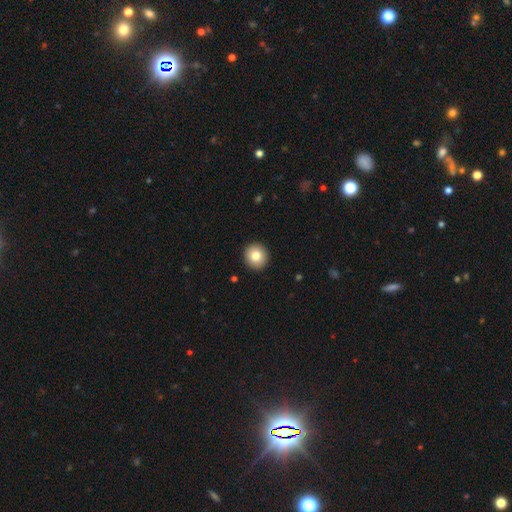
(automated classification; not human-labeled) Morphology: type=smooth (81%); roundness=round (93%); merging=none (93%).